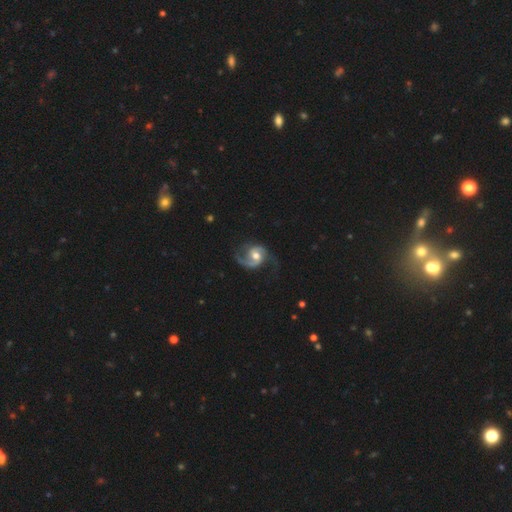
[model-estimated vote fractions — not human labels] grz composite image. It shows a featured or disk galaxy (88%) with no bar (57%), 2 (89%) medium (49%) spiral arms (97%) and a moderate central bulge (71%). Merging: none (67%).